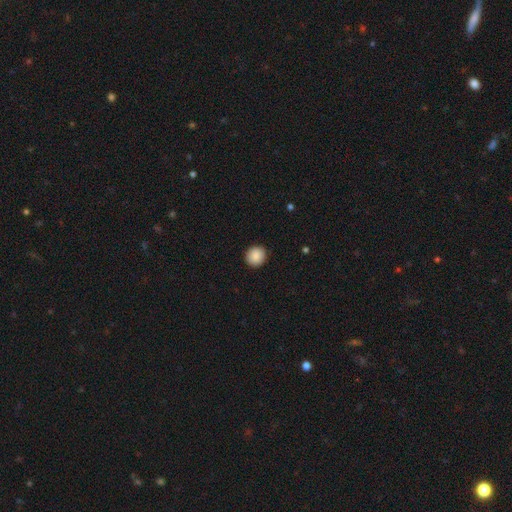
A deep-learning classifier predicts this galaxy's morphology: smooth 88%, star or artifact 8%, featured or disk 5%. Down the decision tree: how rounded — round (91%); merging — none (91%).